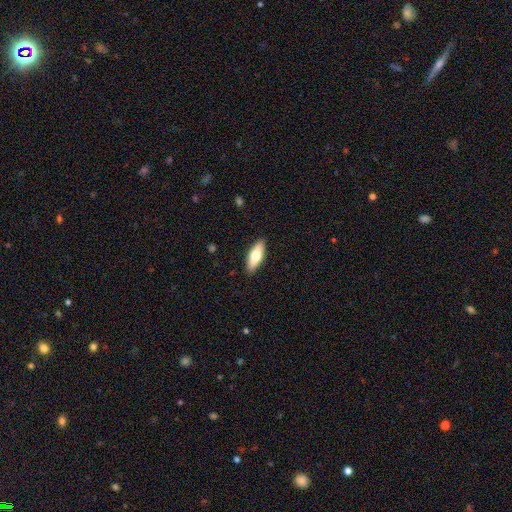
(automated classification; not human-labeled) Overall: smooth (68%). How rounded: in between (64%; cigar-shaped 34%). Merging: none (89%).